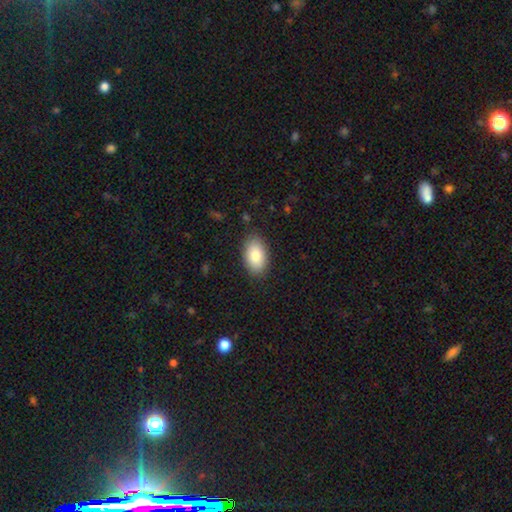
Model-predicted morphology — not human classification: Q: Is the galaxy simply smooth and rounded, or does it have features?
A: smooth — 83%.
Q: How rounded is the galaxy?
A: in between — 92%.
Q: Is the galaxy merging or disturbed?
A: none — 86%.